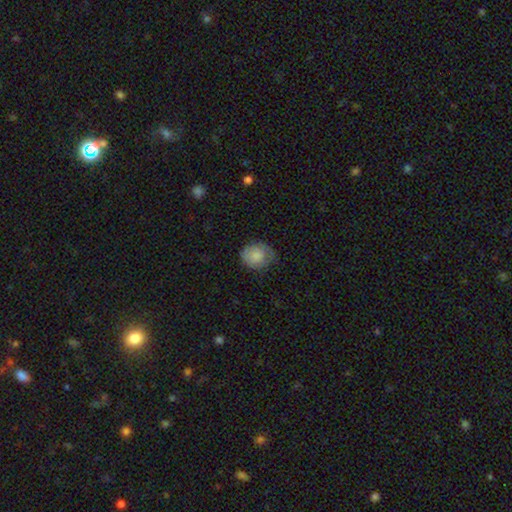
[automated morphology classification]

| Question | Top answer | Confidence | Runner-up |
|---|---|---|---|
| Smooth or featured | smooth | 80% | featured or disk (13%) |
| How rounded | round | 68% | in between (31%) |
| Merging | none | 63% | minor disturbance (28%) |